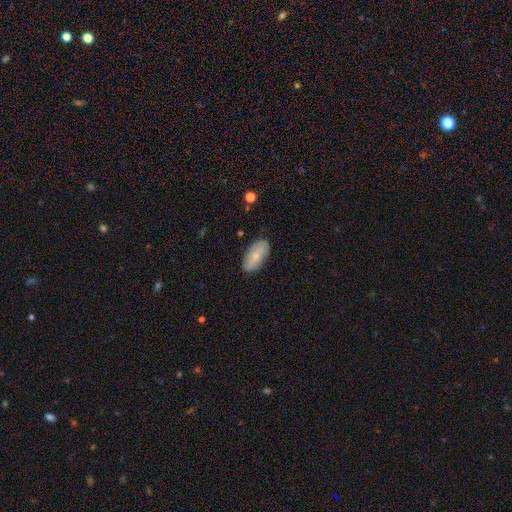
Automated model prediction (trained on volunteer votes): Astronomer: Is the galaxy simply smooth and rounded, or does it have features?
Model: smooth — 65%.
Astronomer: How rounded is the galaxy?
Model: in between — 92%.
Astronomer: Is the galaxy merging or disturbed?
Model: none — 81%.